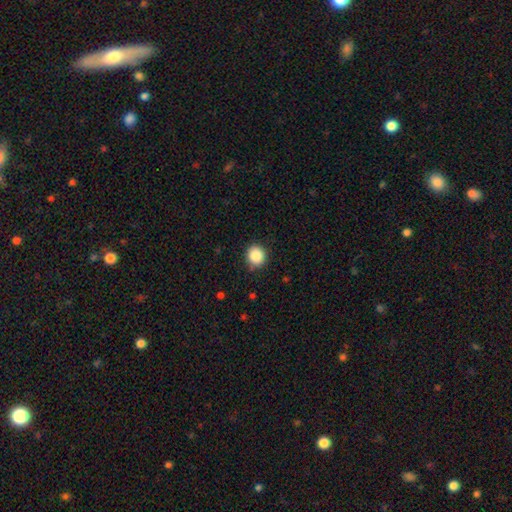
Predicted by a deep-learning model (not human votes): This is clearly a smooth galaxy (86%). How rounded: clearly round (88%). Merging: clearly none (88%).